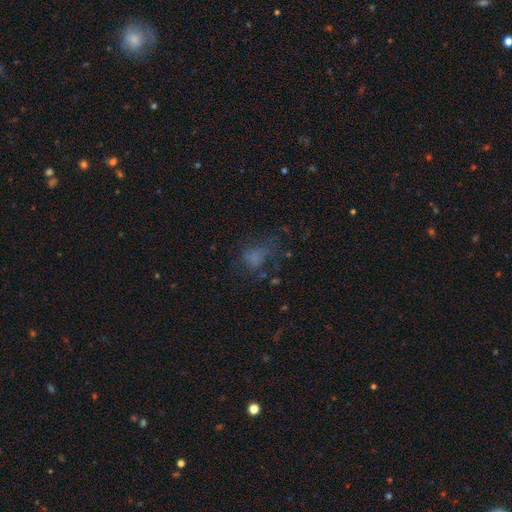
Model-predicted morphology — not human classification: Overall: smooth (50%; star or artifact 25%). Merging: none (44%; major disturbance 33%).